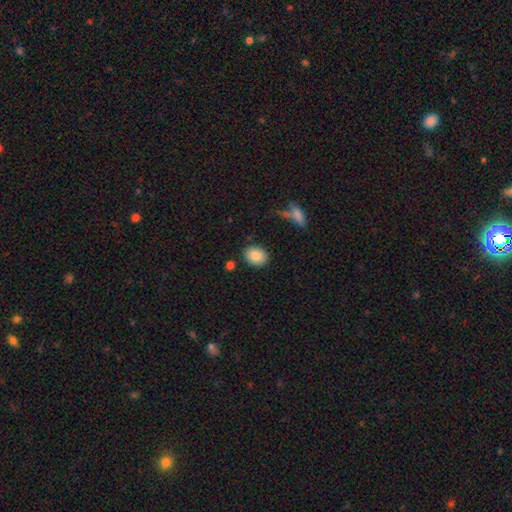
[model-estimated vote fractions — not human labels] Q: Smooth or featured?
A: smooth (84%); runner-up: star or artifact (8%)
Q: How rounded?
A: in between (52%); runner-up: round (47%)
Q: Merging?
A: none (86%); runner-up: minor disturbance (9%)